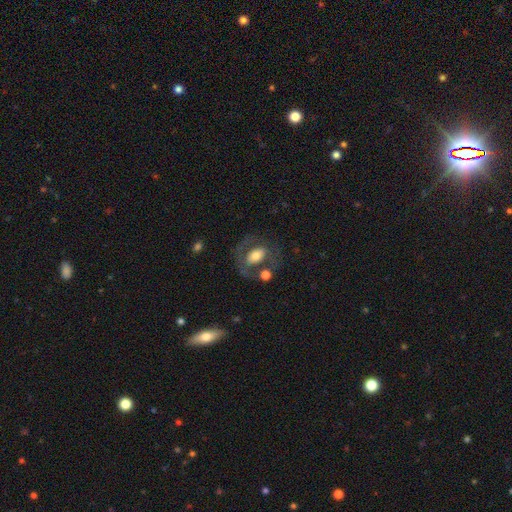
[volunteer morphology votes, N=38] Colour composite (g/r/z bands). It shows a smooth galaxy with no disk features (68%) that is in between round and cigar-shaped (77%). Merging: none (57%).